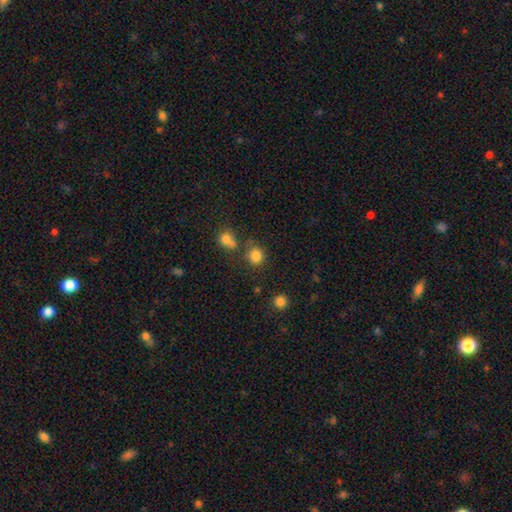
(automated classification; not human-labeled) A smooth galaxy with no disk features (82%) that is round (84%).

Vote fractions:
- Smooth or featured? smooth: 82% / star or artifact: 13% / featured or disk: 5%
- How rounded? round: 84% / in between: 15% / cigar-shaped: 1%
- Merging? none: 70% / merger: 15% / minor disturbance: 11% / major disturbance: 4%